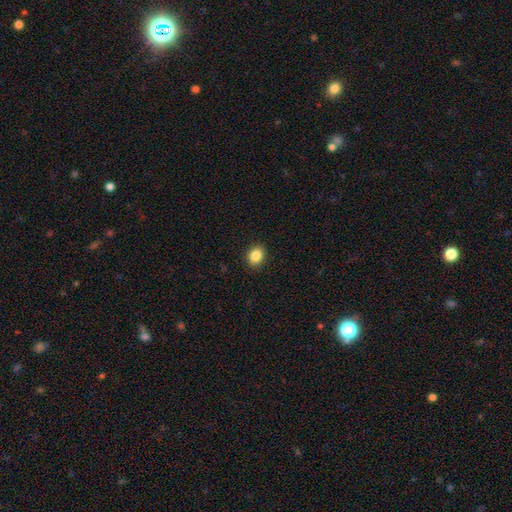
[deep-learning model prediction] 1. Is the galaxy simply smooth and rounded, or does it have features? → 86% smooth, 9% star or artifact, 5% featured or disk.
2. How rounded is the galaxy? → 57% in between, 42% round, 1% cigar-shaped.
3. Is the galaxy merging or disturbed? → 90% none, 7% minor disturbance, 2% major disturbance, 1% merger.